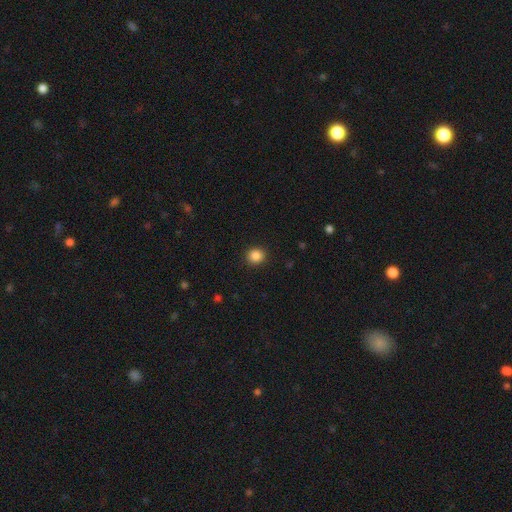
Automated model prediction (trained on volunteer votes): Q: Smooth or featured?
A: smooth (86%); runner-up: star or artifact (11%)
Q: How rounded?
A: round (87%); runner-up: in between (12%)
Q: Merging?
A: none (91%); runner-up: minor disturbance (6%)